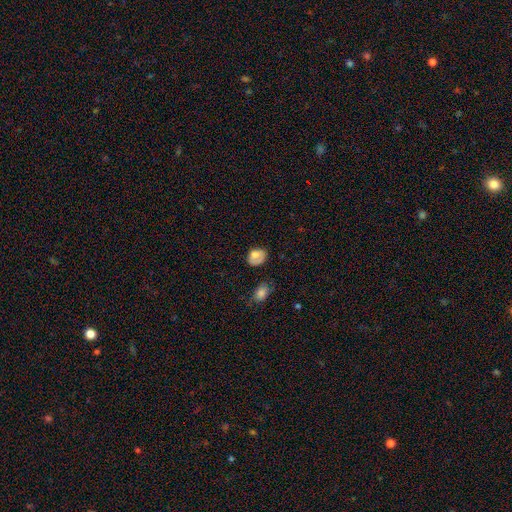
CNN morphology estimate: Q: Smooth or featured?
A: smooth (71%); runner-up: featured or disk (20%)
Q: How rounded?
A: in between (63%); runner-up: round (36%)
Q: Merging?
A: none (50%); runner-up: minor disturbance (29%)